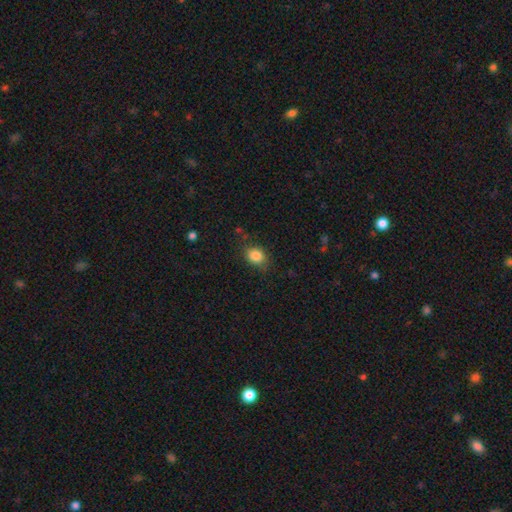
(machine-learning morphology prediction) Overall: smooth (84%). How rounded: round (54%; in between 45%). Merging: none (76%).